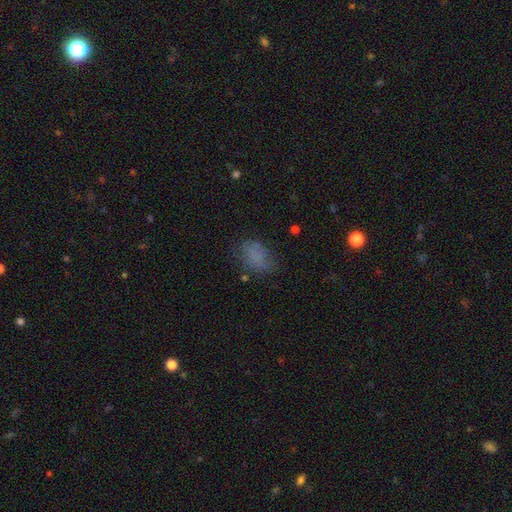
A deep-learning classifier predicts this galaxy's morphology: Smooth or featured? Predicted: smooth (p=0.71). How rounded? Predicted: in between (p=0.75). Merging? Predicted: none (p=0.60).